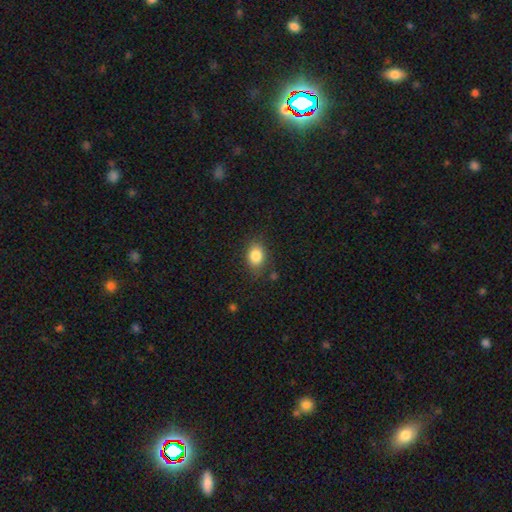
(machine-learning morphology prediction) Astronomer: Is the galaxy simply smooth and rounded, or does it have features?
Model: smooth — 84%.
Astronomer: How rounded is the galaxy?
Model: in between — 69%.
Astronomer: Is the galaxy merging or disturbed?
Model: none — 79%.